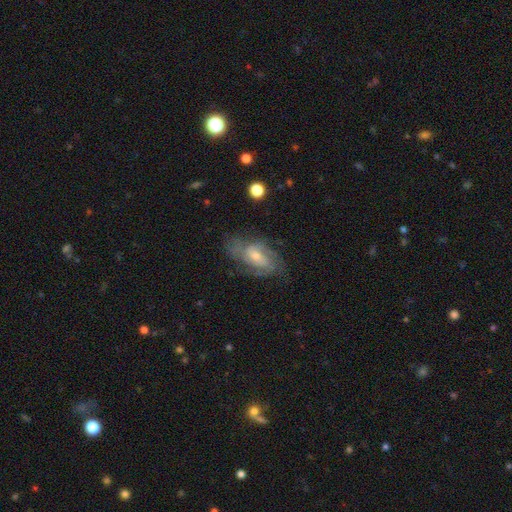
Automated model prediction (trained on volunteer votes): Smooth or featured? featured or disk (77%)
Edge-on disk? no (94%)
Bar? no (50%)
Spiral arms? yes (90%)
Spiral winding? tight (46%)
Spiral arm count? can't tell (35%)
Bulge size? small (48%)
Merging? none (67%)